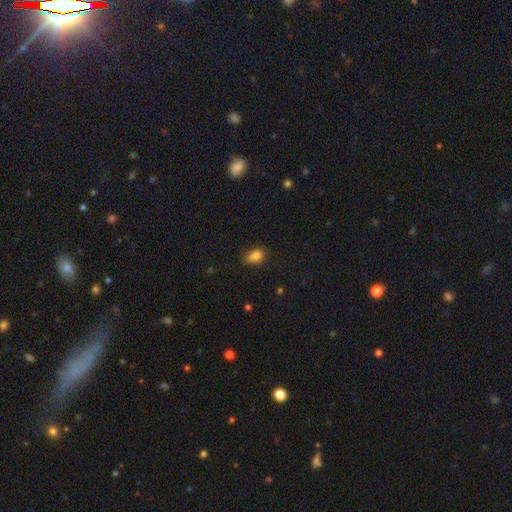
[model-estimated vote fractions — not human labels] The model was most divided on "merging": none: 51%, minor disturbance: 34%, major disturbance: 8%, merger: 6%. More confident: smooth or featured — smooth (80%); how rounded — in between (62%).